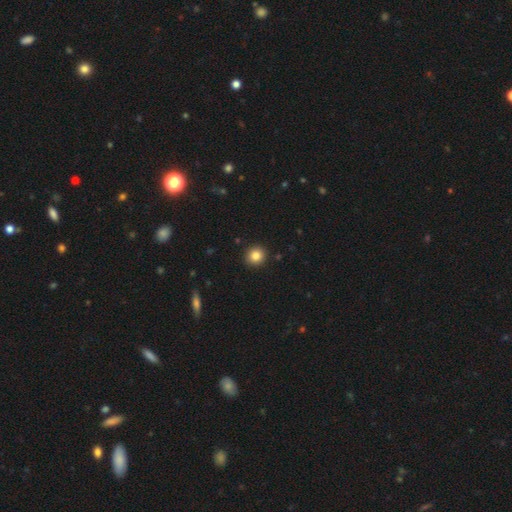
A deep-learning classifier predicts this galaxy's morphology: Smooth or featured? smooth (84%)
How rounded? round (90%)
Merging? none (92%)